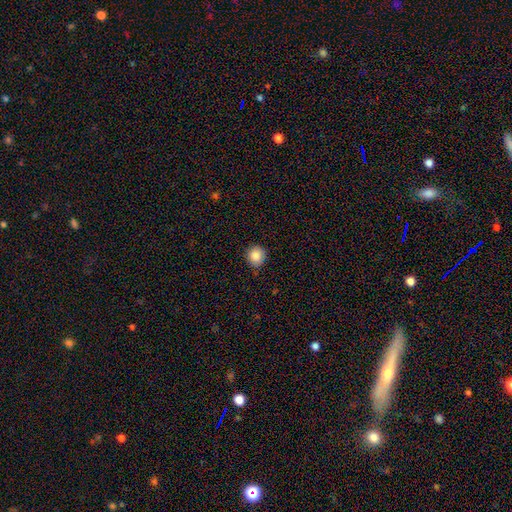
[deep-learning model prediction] A smooth galaxy with no disk features (87%) that is round (90%).

Vote fractions:
- Smooth or featured? smooth: 87% / star or artifact: 9% / featured or disk: 4%
- How rounded? round: 90% / in between: 9% / cigar-shaped: 1%
- Merging? none: 83% / minor disturbance: 13% / major disturbance: 2% / merger: 1%